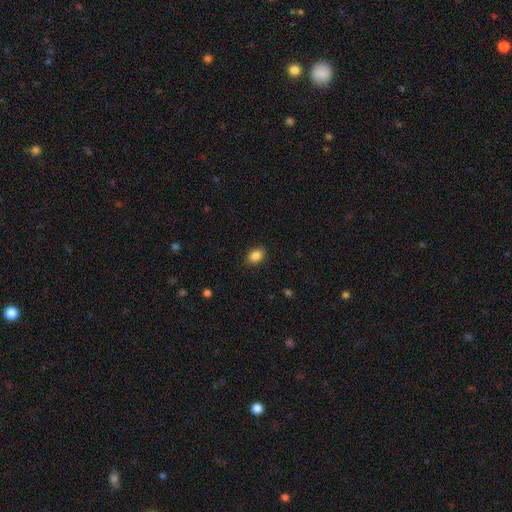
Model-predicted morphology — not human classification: Smooth or featured? smooth (87%)
How rounded? in between (69%)
Merging? none (88%)